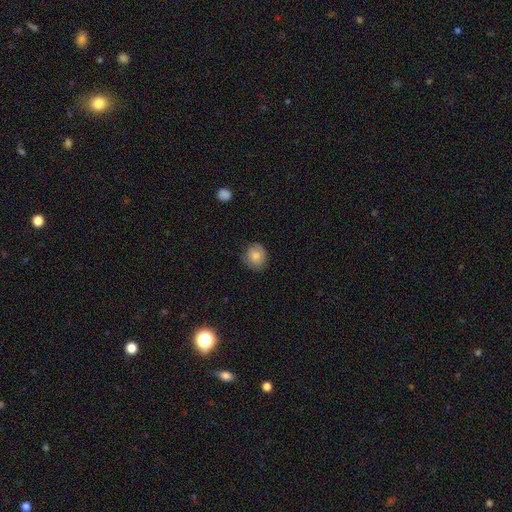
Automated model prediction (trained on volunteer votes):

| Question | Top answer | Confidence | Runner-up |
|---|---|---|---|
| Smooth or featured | smooth | 83% | featured or disk (9%) |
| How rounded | round | 78% | in between (21%) |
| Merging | none | 77% | minor disturbance (18%) |